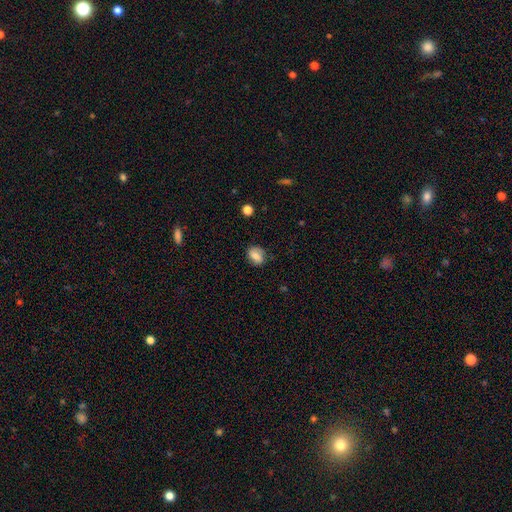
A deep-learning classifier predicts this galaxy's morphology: type=smooth (73%); roundness=in between (64%); merging=none (72%).